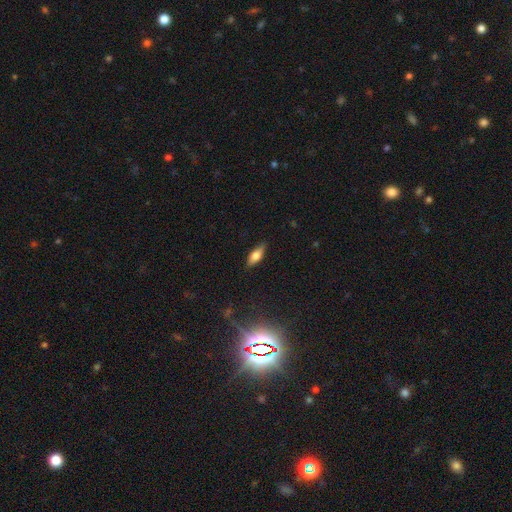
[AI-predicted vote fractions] A smooth galaxy with no disk features (67%) that is in between round and cigar-shaped (70%).

Vote fractions:
- Smooth or featured? smooth: 67% / featured or disk: 25% / star or artifact: 8%
- How rounded? in between: 70% / cigar-shaped: 27% / round: 3%
- Merging? none: 83% / minor disturbance: 13% / major disturbance: 3% / merger: 1%